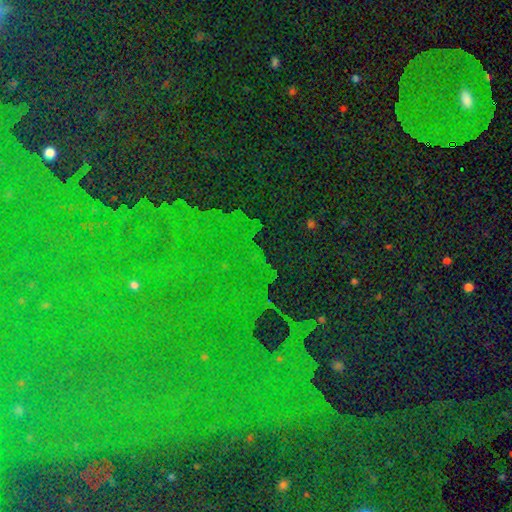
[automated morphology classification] A star or artifact, not a galaxy (86%).

Vote fractions:
- Smooth or featured? star or artifact: 86% / featured or disk: 7% / smooth: 7%